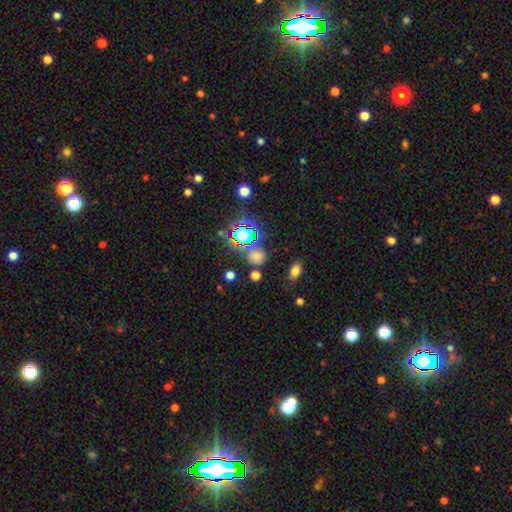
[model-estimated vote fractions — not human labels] Smooth or featured?
  - star or artifact: 53% *
  - smooth: 39%
  - featured or disk: 8%